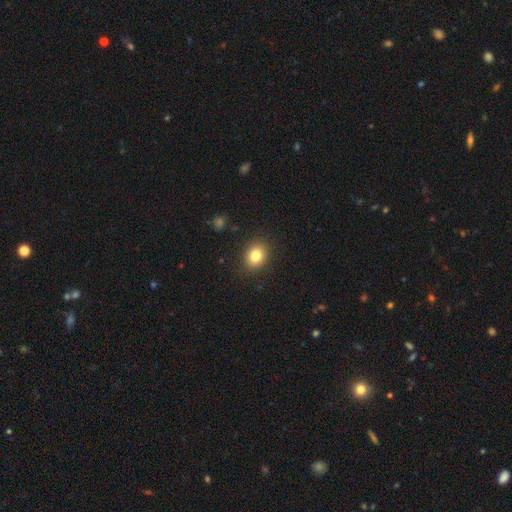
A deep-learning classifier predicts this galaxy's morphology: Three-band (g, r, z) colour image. It shows a smooth galaxy with no disk features (82%) that is in between round and cigar-shaped (53%). Merging: none (88%).